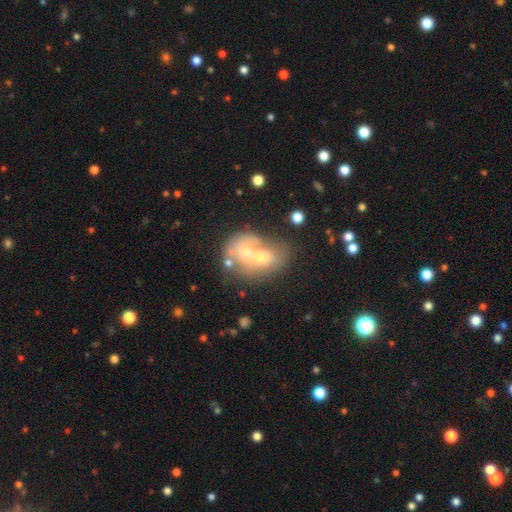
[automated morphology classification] smooth_or_featured: smooth (p=0.48) [alt: featured or disk p=0.40]
merging: merger (p=0.69) [alt: none p=0.16]